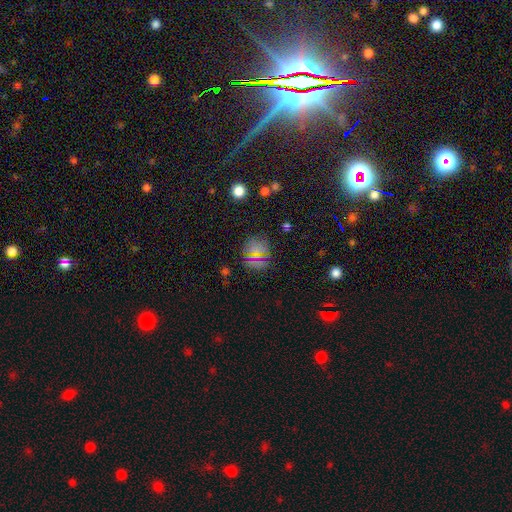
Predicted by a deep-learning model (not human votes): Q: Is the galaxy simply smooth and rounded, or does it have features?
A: smooth — 62%.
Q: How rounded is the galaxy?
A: round — 87%.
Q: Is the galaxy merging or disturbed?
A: none — 85%.